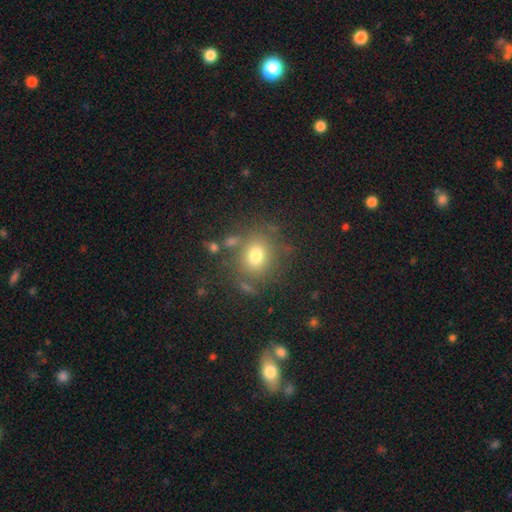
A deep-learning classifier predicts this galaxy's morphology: smooth 73%, star or artifact 14%, featured or disk 12%. Down the decision tree: how rounded — round (71%); merging — none (73%).